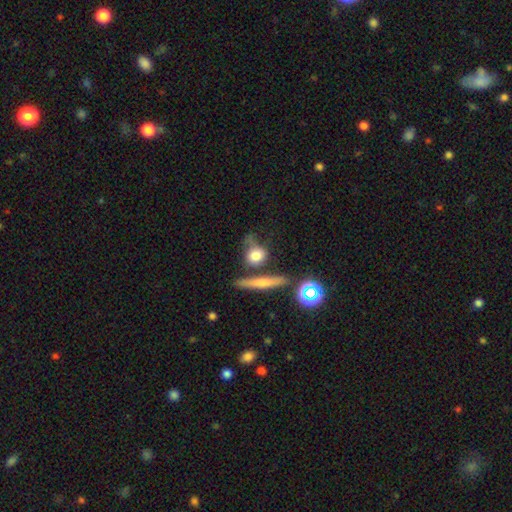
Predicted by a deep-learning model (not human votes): Overall: smooth (71%). How rounded: round (55%; in between 28%). Merging: none (53%; minor disturbance 21%).